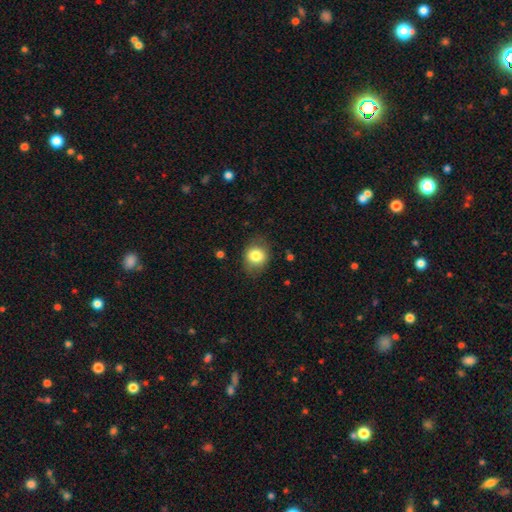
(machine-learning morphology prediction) A smooth galaxy with no disk features (81%) that is round (62%).

Vote fractions:
- Smooth or featured? smooth: 81% / featured or disk: 10% / star or artifact: 9%
- How rounded? round: 62% / in between: 37% / cigar-shaped: 1%
- Merging? none: 77% / minor disturbance: 16% / major disturbance: 5% / merger: 1%